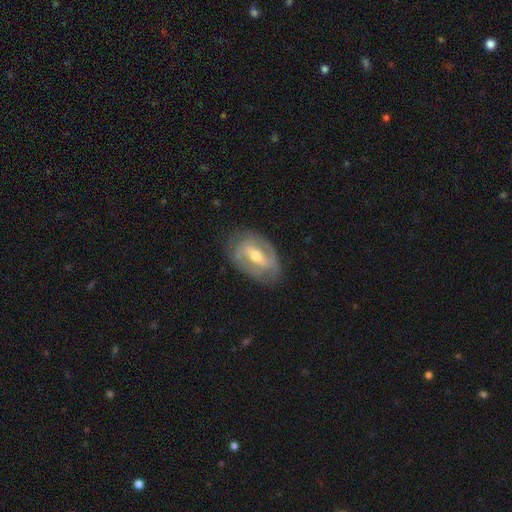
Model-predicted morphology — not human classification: smooth-or-featured: featured or disk: 79% | smooth: 15% | star or artifact: 5%
  disk-edge-on: no: 94% | yes: 6%
    bar: strong: 49% | weak: 36% | no: 15%
    has-spiral-arms: yes: 79% | no: 21%
      spiral-winding: tight: 45% | medium: 39% | loose: 16%
      spiral-arm-count: 2: 73% | can't tell: 16% | 1: 5% | 3: 4% | 4: 1% | more than 4: 1%
    bulge-size: moderate: 63% | small: 32% | large: 4% | none: 1% | dominant: 1%
  merging: none: 76% | minor disturbance: 17% | major disturbance: 6% | merger: 1%